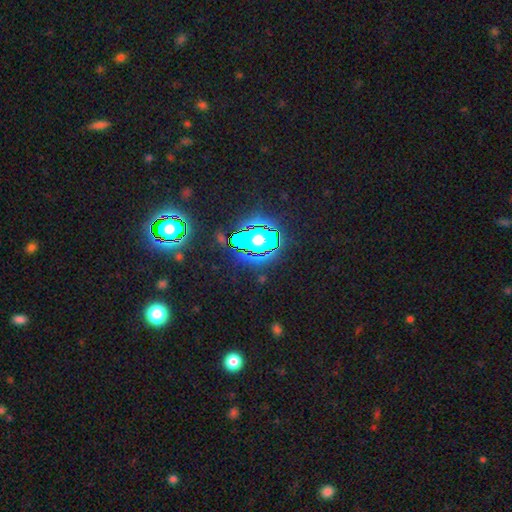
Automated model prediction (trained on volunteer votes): Q: Smooth or featured?
A: star or artifact (78%); runner-up: smooth (13%)